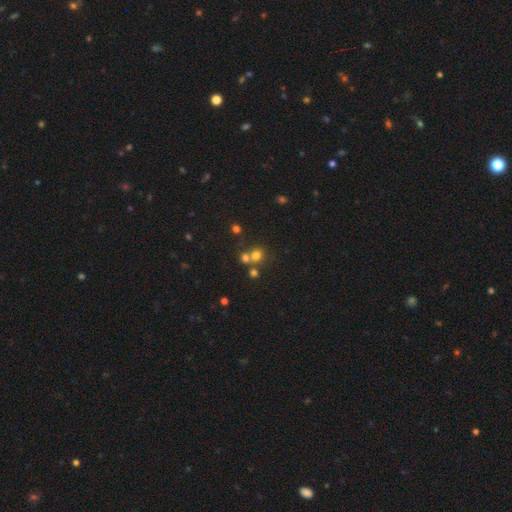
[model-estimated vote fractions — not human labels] Smooth or featured?
  - smooth: 68% *
  - star or artifact: 21%
  - featured or disk: 11%
How rounded?
  - round: 84% *
  - in between: 15%
  - cigar-shaped: 1%
Merging?
  - none: 53% *
  - merger: 37%
  - minor disturbance: 7%
  - major disturbance: 3%